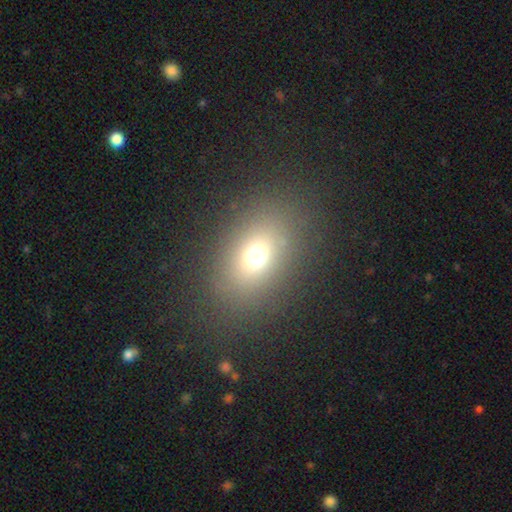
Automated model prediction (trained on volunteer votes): Overall: smooth (68%). How rounded: in between (66%; round 33%). Merging: none (82%).